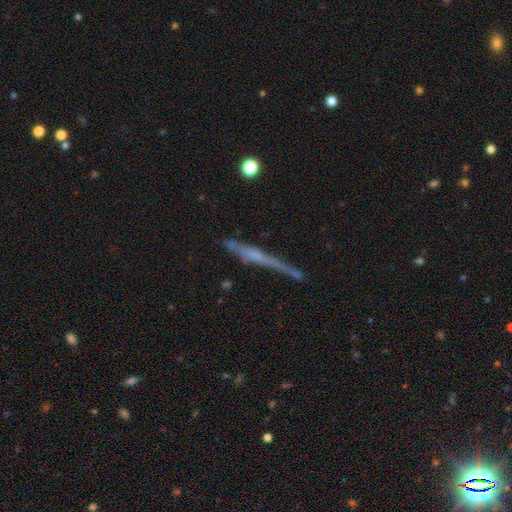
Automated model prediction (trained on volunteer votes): This appears to be a featured or disk galaxy (58%) viewed edge-on (92%) with no central bulge (63%). Merging: none (62%).